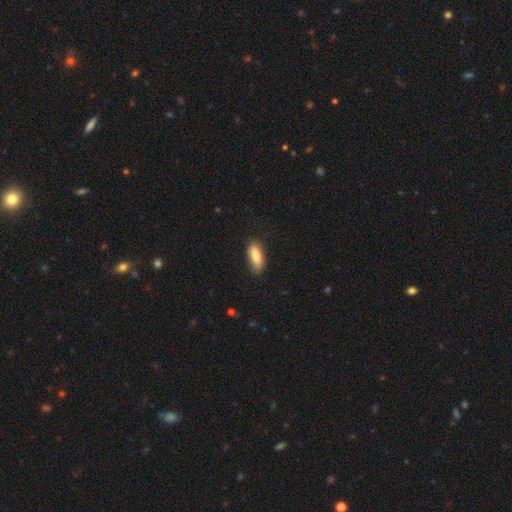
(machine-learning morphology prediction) This appears to be a smooth galaxy with no disk features (83%) that is in between round and cigar-shaped (69%). Merging: none (79%).